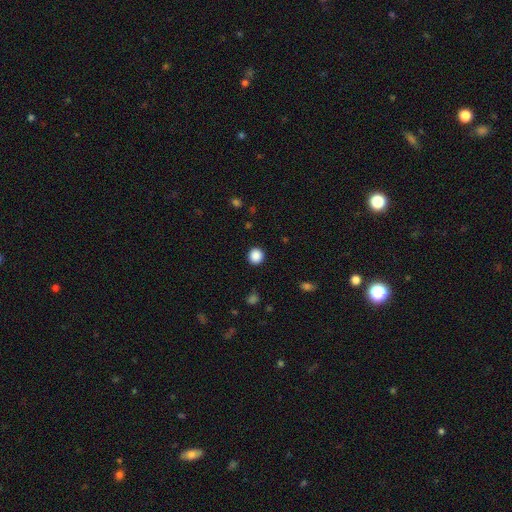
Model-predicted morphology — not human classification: smooth 88%, star or artifact 10%, featured or disk 2%. Down the decision tree: how rounded — round (91%); merging — none (92%).